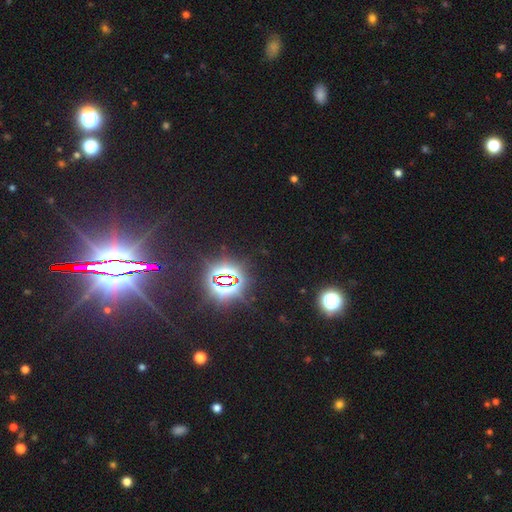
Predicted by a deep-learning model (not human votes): Overall: star or artifact (82%).